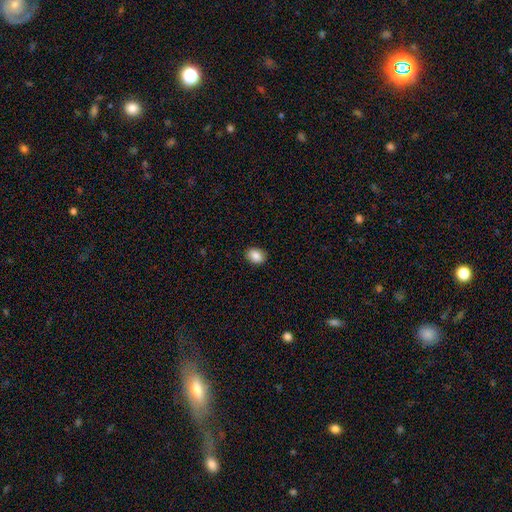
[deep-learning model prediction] A smooth galaxy with no disk features (88%) that is in between round and cigar-shaped (58%). Merging: none (90%).